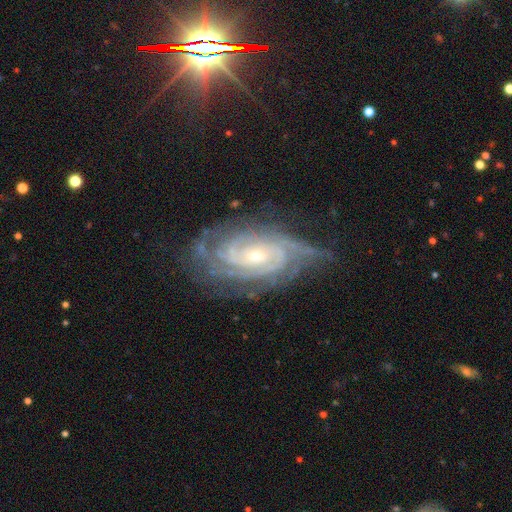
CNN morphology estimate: type=featured or disk (90%); edge-on=no (95%); bar=no (61%); spiral arms=yes (98%); winding=tight (76%); arm count=can't tell (26%); bulge=small (63%); merging=none (69%).